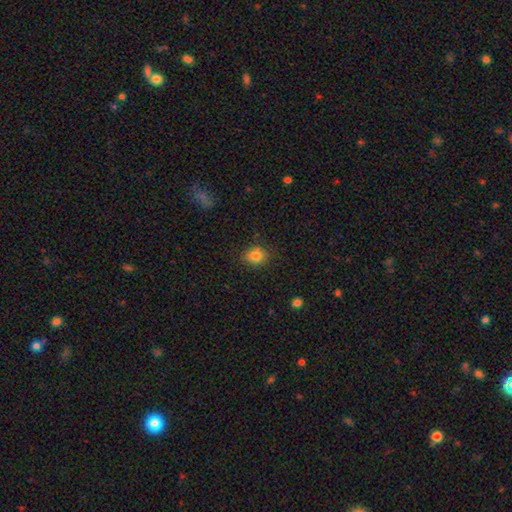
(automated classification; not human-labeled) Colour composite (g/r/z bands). It shows a smooth galaxy with no disk features (82%) that is round (57%). Merging: none (81%).